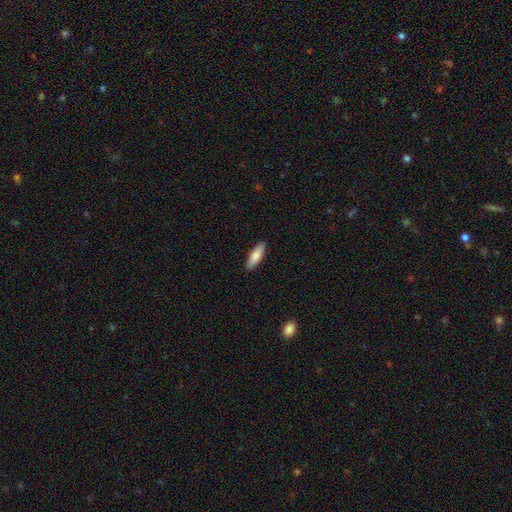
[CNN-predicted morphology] Overall: smooth (81%). How rounded: in between (52%; cigar-shaped 46%). Merging: none (90%).